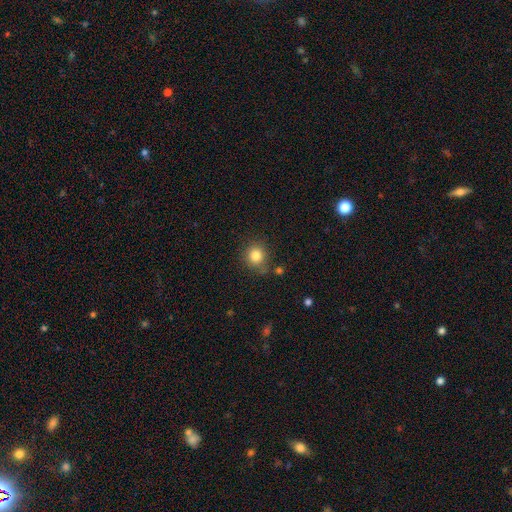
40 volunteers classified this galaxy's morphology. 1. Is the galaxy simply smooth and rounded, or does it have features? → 85% smooth, 10% star or artifact, 5% featured or disk.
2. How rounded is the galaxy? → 94% round, 6% in between, 0% cigar-shaped.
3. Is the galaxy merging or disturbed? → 86% none, 11% minor disturbance, 3% major disturbance, 0% merger.